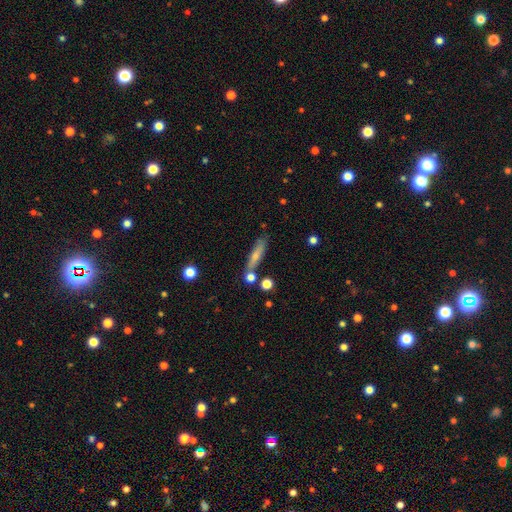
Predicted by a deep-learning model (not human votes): Smooth or featured? Predicted: smooth (p=0.66). How rounded? Predicted: cigar-shaped (p=0.81). Merging? Predicted: none (p=0.70).